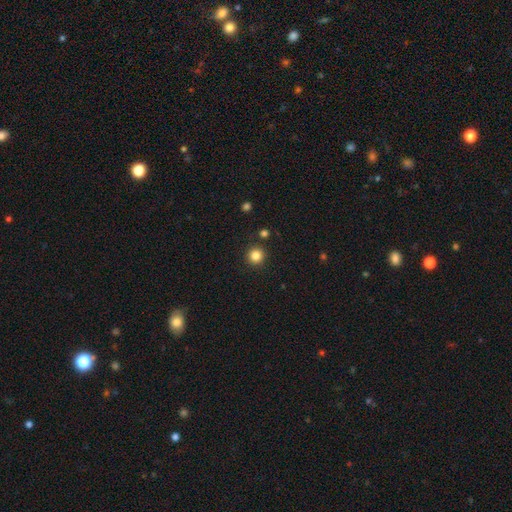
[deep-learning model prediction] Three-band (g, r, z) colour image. It shows a smooth galaxy with no disk features (84%) that is round (95%). Merging: none (91%).